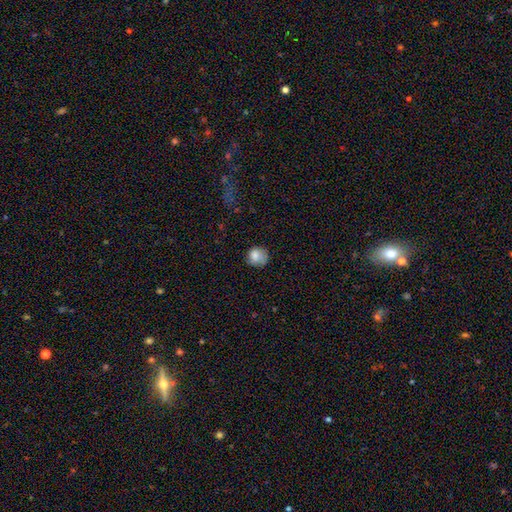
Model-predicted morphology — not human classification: A smooth galaxy with no disk features (82%) that is round (83%).

Vote fractions:
- Smooth or featured? smooth: 82% / featured or disk: 9% / star or artifact: 9%
- How rounded? round: 83% / in between: 16% / cigar-shaped: 1%
- Merging? none: 63% / minor disturbance: 27% / major disturbance: 8% / merger: 2%